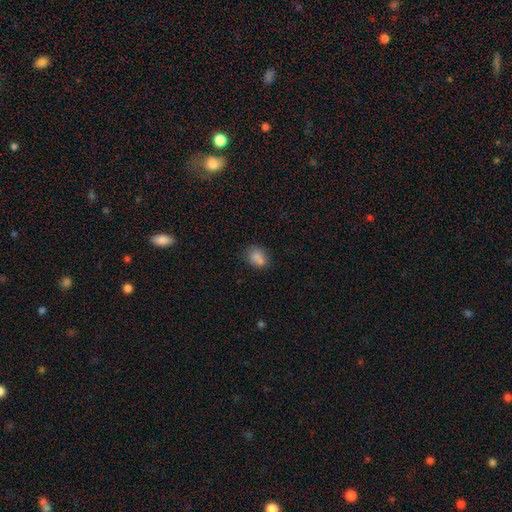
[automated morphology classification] The model was most divided on "how rounded": in between: 55%, round: 43%, cigar-shaped: 2%. More confident: smooth or featured — smooth (79%); merging — none (56%).